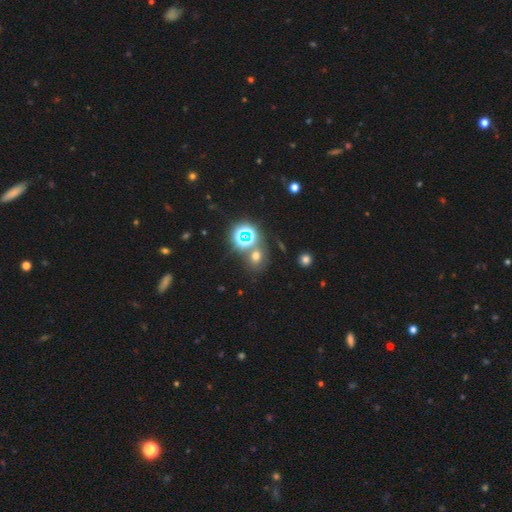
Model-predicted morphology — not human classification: A smooth galaxy with no disk features (53%) that is round (63%). Merging: none (69%).